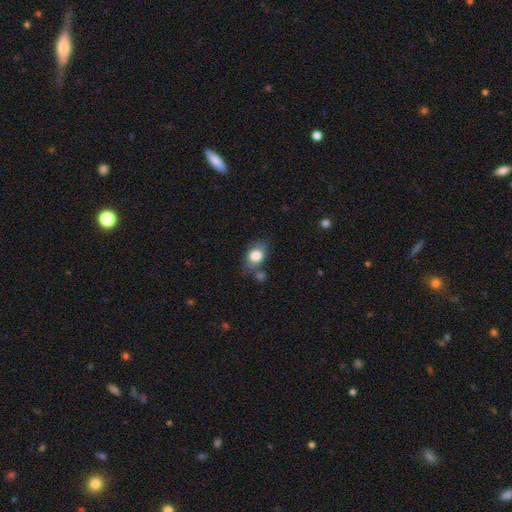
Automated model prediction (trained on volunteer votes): The model was most divided on "merging": none: 60%, minor disturbance: 21%, merger: 12%, major disturbance: 7%. More confident: smooth or featured — smooth (80%); how rounded — in between (72%).